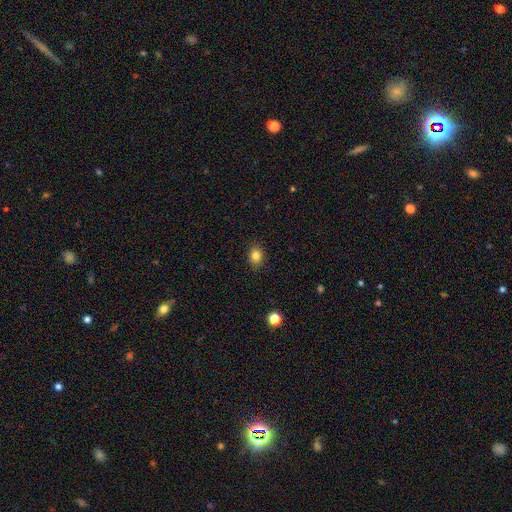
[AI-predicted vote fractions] Overall: smooth (82%). How rounded: in between (50%; round 49%). Merging: none (89%).